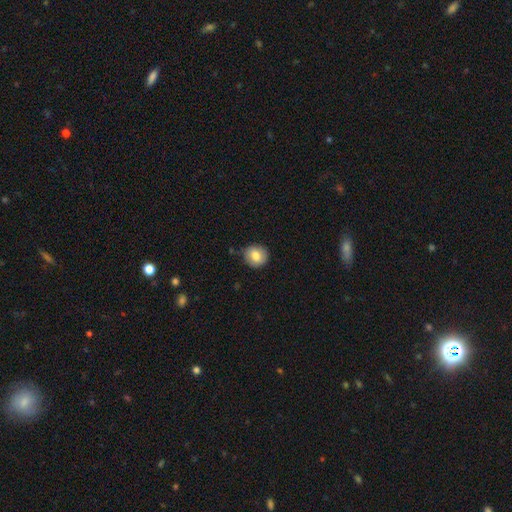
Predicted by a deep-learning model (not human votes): Smooth or featured: smooth — 79% (featured or disk — 13%)
How rounded: round — 87% (in between — 12%)
Merging: none — 83% (minor disturbance — 12%)